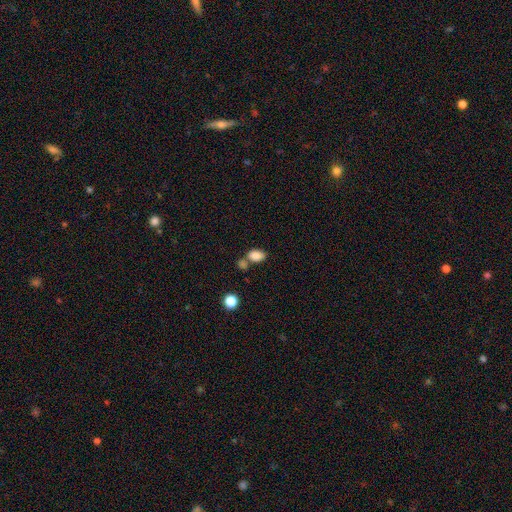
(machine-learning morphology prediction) This is clearly a smooth galaxy (85%). How rounded: clearly in between (85%). Merging: possibly none (50%).